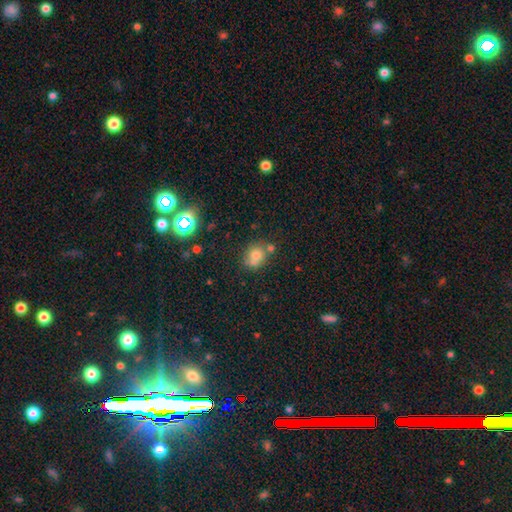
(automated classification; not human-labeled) This is likely a smooth galaxy (70%). How rounded: likely round (68%). Merging: possibly none (57%).